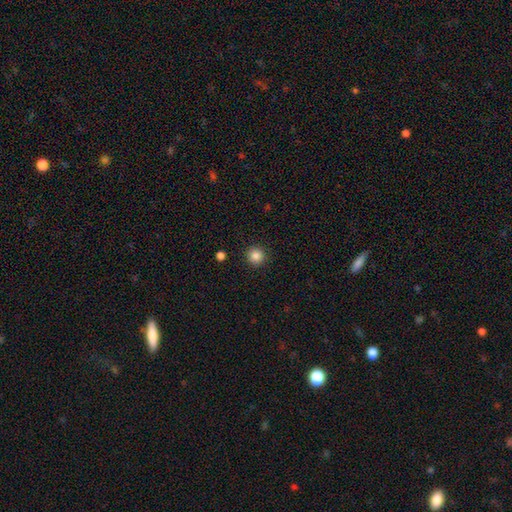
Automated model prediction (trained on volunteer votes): smooth 86%, star or artifact 11%, featured or disk 4%. Down the decision tree: how rounded — round (95%); merging — none (92%).